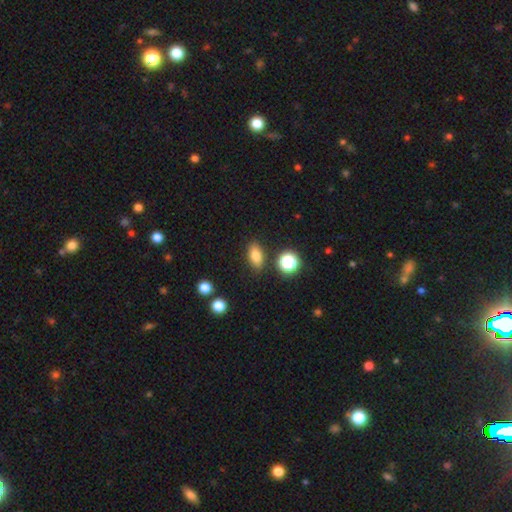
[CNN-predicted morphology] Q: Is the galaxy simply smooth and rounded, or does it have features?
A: smooth — 79%.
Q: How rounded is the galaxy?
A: in between — 77%.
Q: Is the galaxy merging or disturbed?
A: none — 85%.